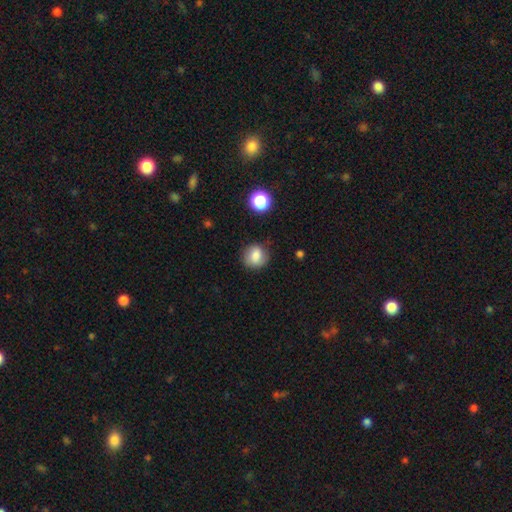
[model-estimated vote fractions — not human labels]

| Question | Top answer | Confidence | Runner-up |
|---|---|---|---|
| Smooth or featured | smooth | 80% | featured or disk (10%) |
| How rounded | round | 82% | in between (17%) |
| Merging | none | 78% | minor disturbance (16%) |